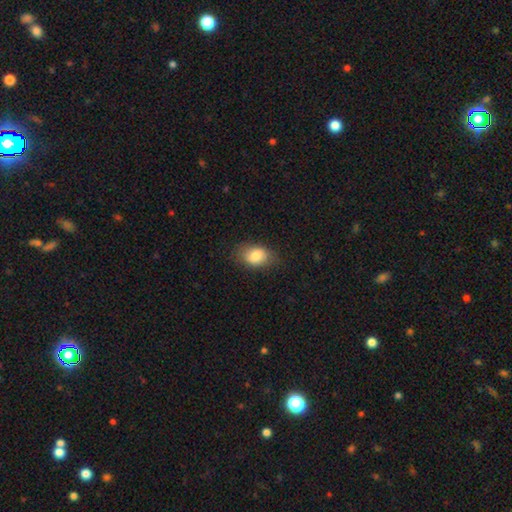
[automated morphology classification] smooth_or_featured: smooth (p=0.83) [alt: featured or disk p=0.09]
how_rounded: in between (p=0.81) [alt: round p=0.18]
merging: none (p=0.76) [alt: minor disturbance p=0.18]